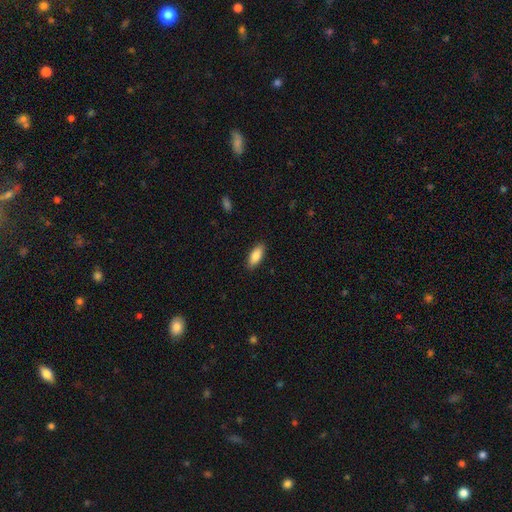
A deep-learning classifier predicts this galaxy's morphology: smooth-or-featured: smooth: 86% | featured or disk: 8% | star or artifact: 6%
  how-rounded: in between: 80% | cigar-shaped: 18% | round: 2%
  merging: none: 88% | minor disturbance: 9% | major disturbance: 2% | merger: 1%